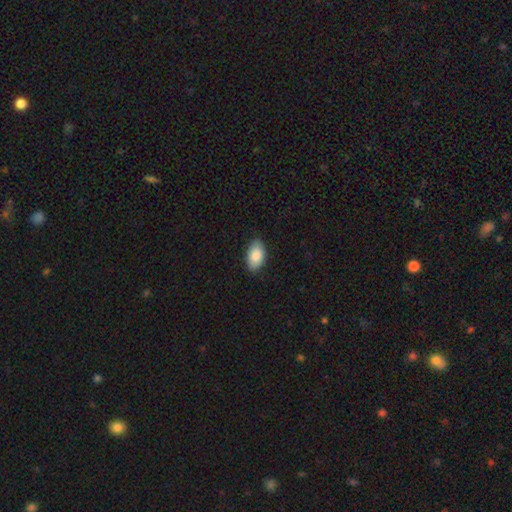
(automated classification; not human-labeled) smooth 87%, featured or disk 7%, star or artifact 6%. Down the decision tree: how rounded — in between (94%); merging — none (87%).